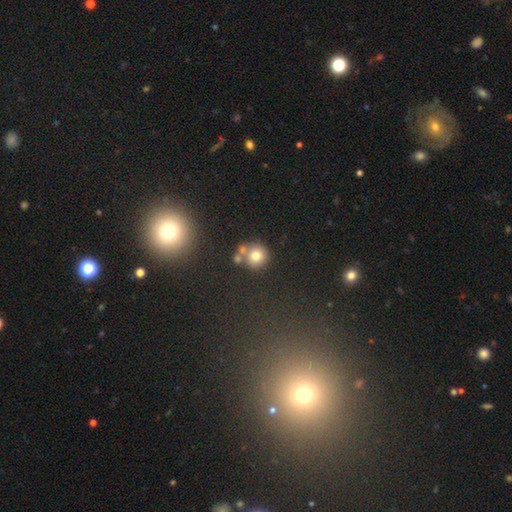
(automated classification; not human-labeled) This is likely a smooth galaxy (73%). How rounded: clearly round (91%). Merging: possibly none (57%).